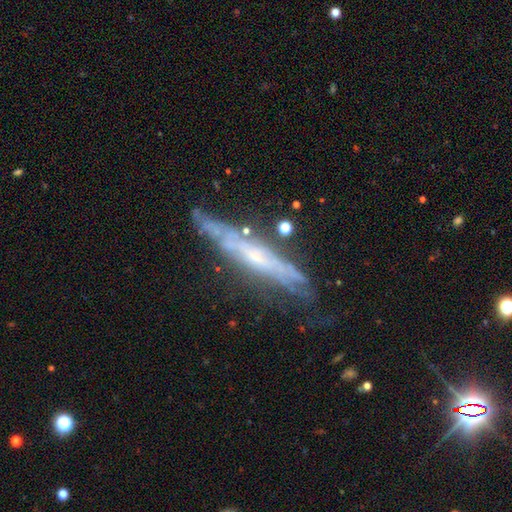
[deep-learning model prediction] A featured or disk galaxy (76%) viewed edge-on (70%) with a rounded central bulge (48%). Merging: none (64%).